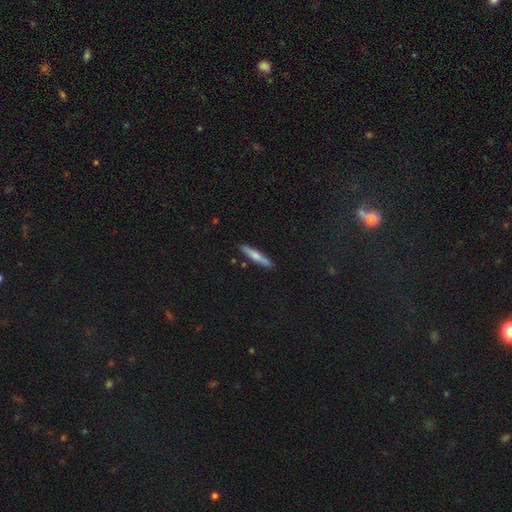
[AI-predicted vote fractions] This appears to be a smooth galaxy with no disk features (58%) that is cigar-shaped (90%). Merging: none (89%).